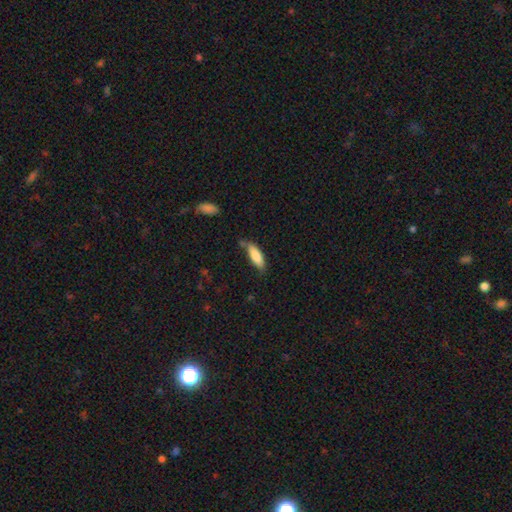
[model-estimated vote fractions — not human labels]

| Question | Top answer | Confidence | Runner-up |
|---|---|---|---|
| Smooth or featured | smooth | 83% | featured or disk (11%) |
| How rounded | in between | 55% | cigar-shaped (44%) |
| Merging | none | 65% | minor disturbance (25%) |